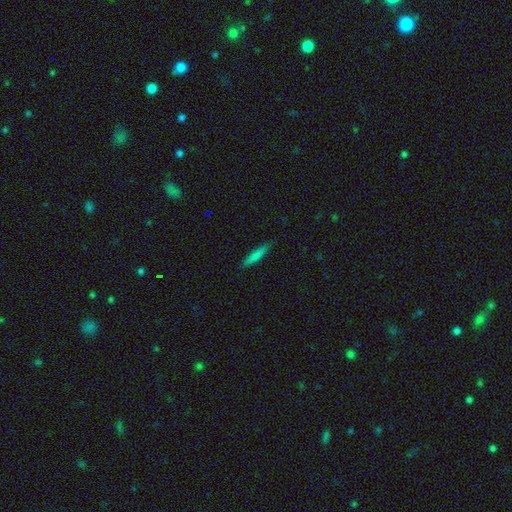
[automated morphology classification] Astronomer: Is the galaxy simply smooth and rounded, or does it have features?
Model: smooth — 77%.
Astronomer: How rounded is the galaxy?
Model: cigar-shaped — 90%.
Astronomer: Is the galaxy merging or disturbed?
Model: none — 87%.